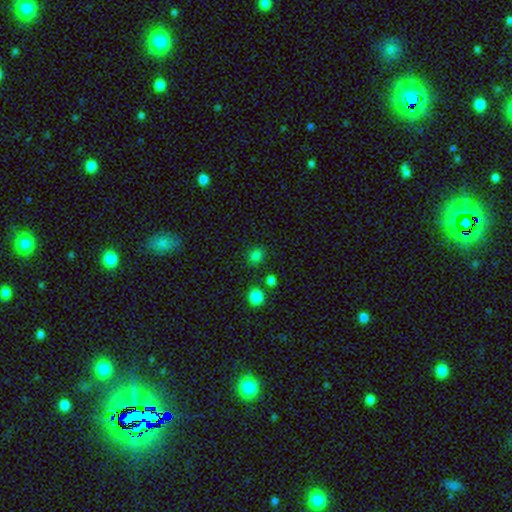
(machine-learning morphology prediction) A smooth galaxy with no disk features (81%) that is round (68%). Merging: none (84%).